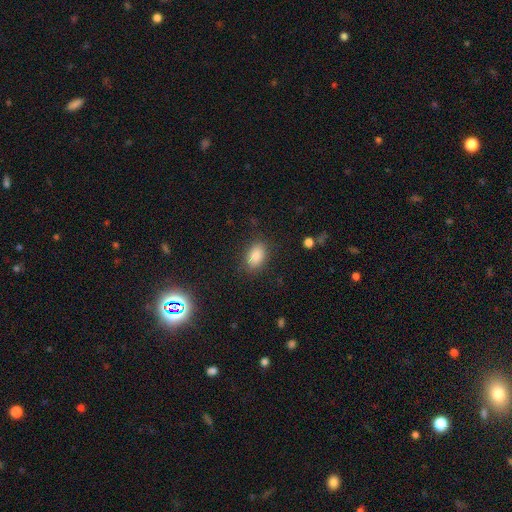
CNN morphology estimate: This appears to be a smooth galaxy with no disk features (84%) that is in between round and cigar-shaped (86%). Merging: none (82%).